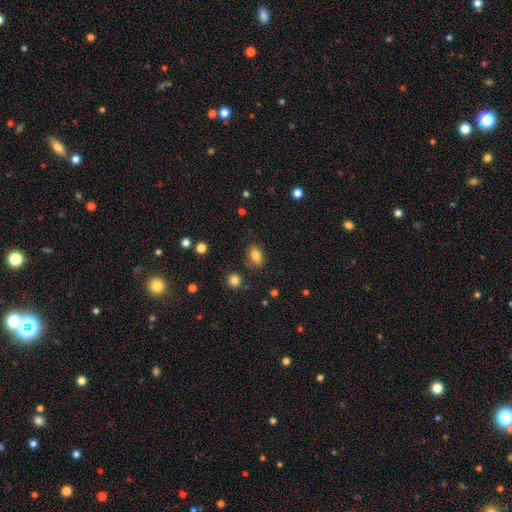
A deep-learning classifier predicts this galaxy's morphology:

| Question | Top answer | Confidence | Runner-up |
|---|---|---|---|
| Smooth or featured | smooth | 81% | star or artifact (10%) |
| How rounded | in between | 84% | round (12%) |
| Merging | none | 80% | minor disturbance (14%) |